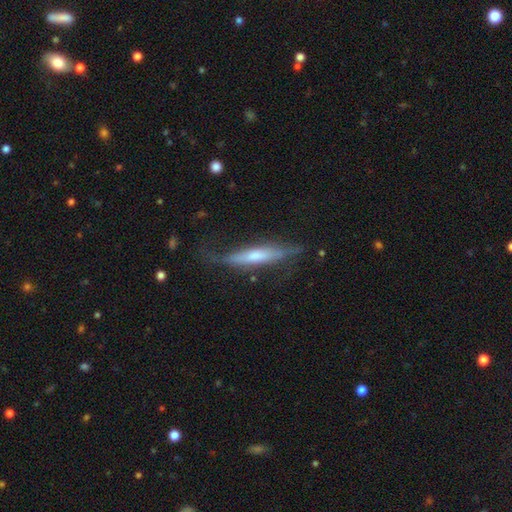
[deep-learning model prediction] Morphology: type=featured or disk (52%); edge-on=yes (77%); merging=none (56%).